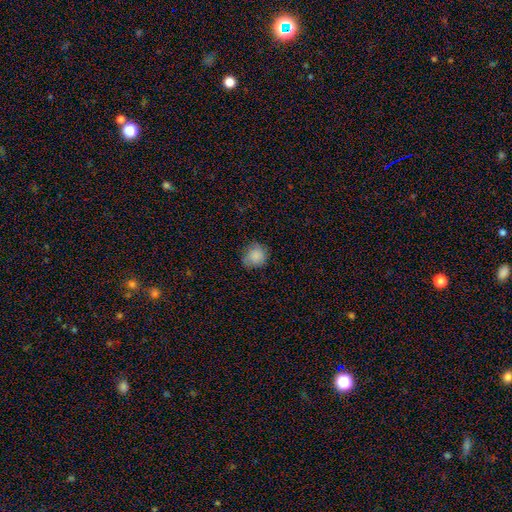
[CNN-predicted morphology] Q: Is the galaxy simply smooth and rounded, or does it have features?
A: smooth — 86%.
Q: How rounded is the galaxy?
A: round — 76%.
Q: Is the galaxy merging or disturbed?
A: none — 76%.